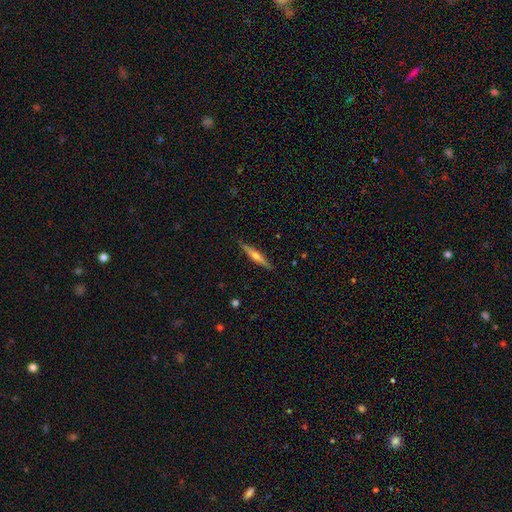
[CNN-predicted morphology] Q: Smooth or featured?
A: featured or disk (59%); runner-up: smooth (35%)
Q: Edge-on disk?
A: yes (97%); runner-up: no (3%)
Q: Edge-on bulge?
A: rounded (76%); runner-up: none (14%)
Q: Merging?
A: none (89%); runner-up: minor disturbance (8%)